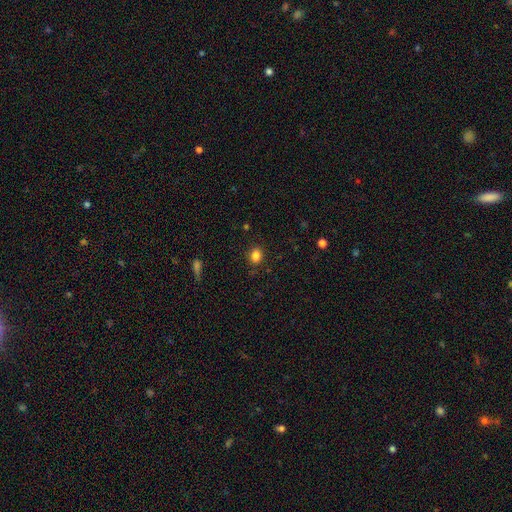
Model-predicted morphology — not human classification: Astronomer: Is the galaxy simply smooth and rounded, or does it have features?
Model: smooth — 84%.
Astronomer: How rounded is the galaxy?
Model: round — 56% (runner-up: in between, 43%).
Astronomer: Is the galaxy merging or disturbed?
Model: none — 86%.